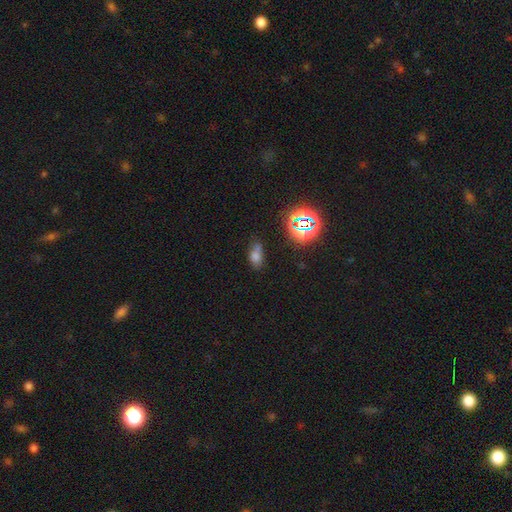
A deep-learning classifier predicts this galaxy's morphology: smooth 64%, star or artifact 24%, featured or disk 11%. Down the decision tree: how rounded — in between (81%); merging — none (49%).